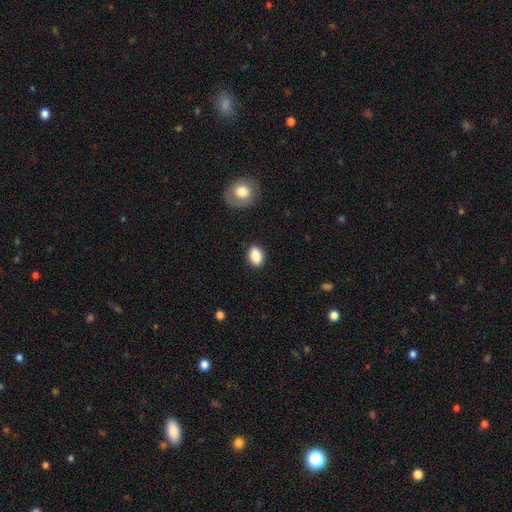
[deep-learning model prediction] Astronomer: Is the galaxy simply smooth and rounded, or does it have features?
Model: smooth — 86%.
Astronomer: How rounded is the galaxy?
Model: in between — 85%.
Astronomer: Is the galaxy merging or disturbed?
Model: none — 86%.